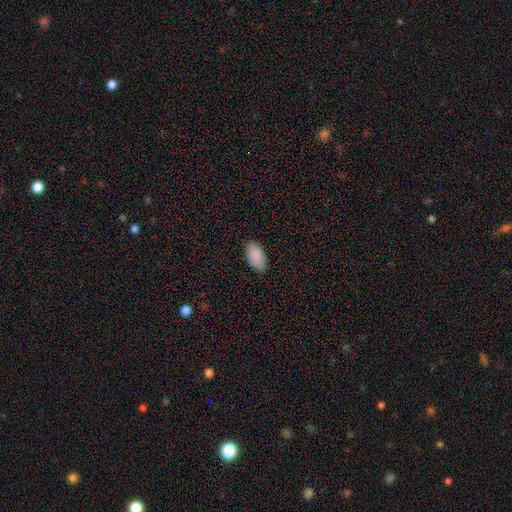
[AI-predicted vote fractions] Overall: smooth (90%). How rounded: in between (95%). Merging: none (86%).